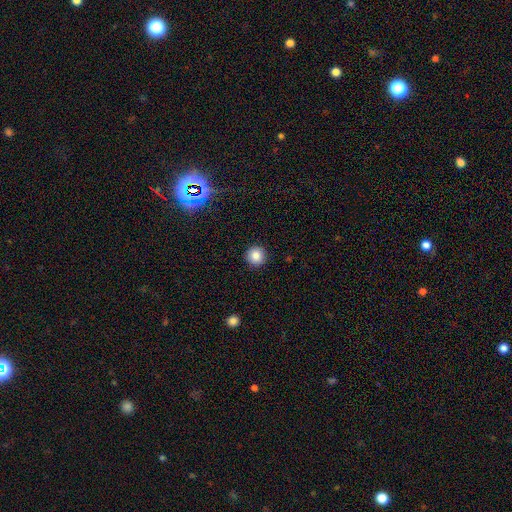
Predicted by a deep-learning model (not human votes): Morphology: type=smooth (85%); roundness=round (95%); merging=none (92%).